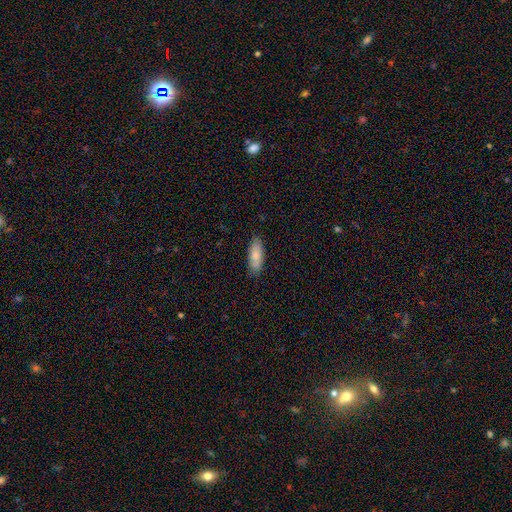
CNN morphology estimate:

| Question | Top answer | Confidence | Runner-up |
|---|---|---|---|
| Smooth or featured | smooth | 80% | featured or disk (14%) |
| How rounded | in between | 73% | cigar-shaped (25%) |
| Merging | none | 82% | minor disturbance (14%) |